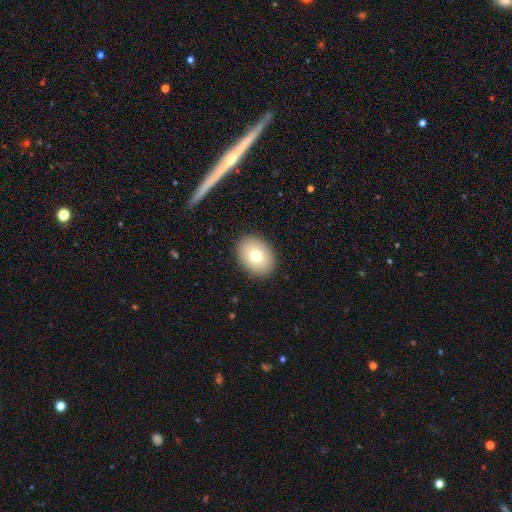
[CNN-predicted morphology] smooth_or_featured: smooth (p=0.75) [alt: featured or disk p=0.16]
how_rounded: in between (p=0.68) [alt: round p=0.31]
merging: none (p=0.89) [alt: minor disturbance p=0.07]